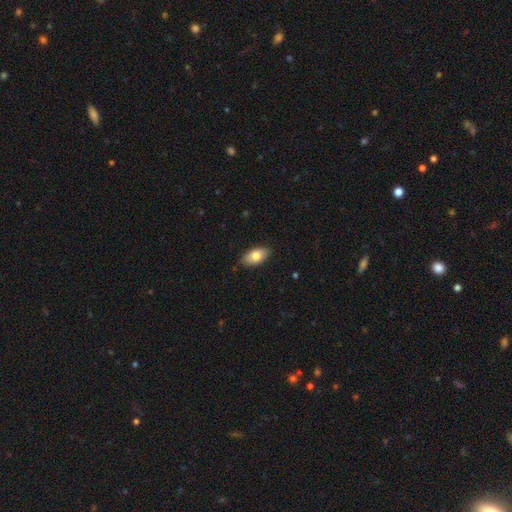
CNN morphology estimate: Smooth or featured?
  - smooth: 80% *
  - featured or disk: 14%
  - star or artifact: 6%
How rounded?
  - in between: 92% *
  - cigar-shaped: 4%
  - round: 4%
Merging?
  - none: 86% *
  - minor disturbance: 11%
  - major disturbance: 2%
  - merger: 1%